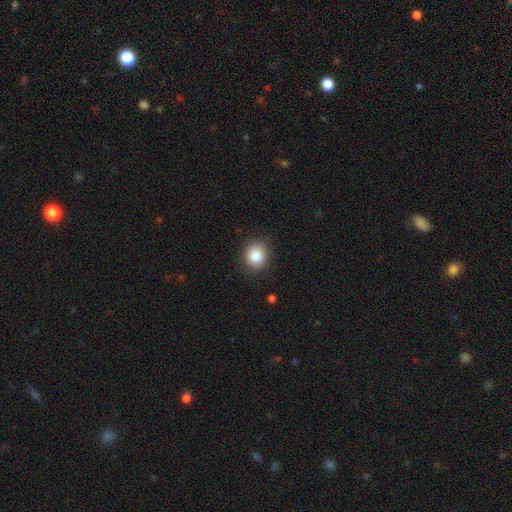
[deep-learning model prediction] Smooth or featured: smooth — 86% (star or artifact — 9%)
How rounded: round — 71% (in between — 28%)
Merging: none — 86% (minor disturbance — 10%)